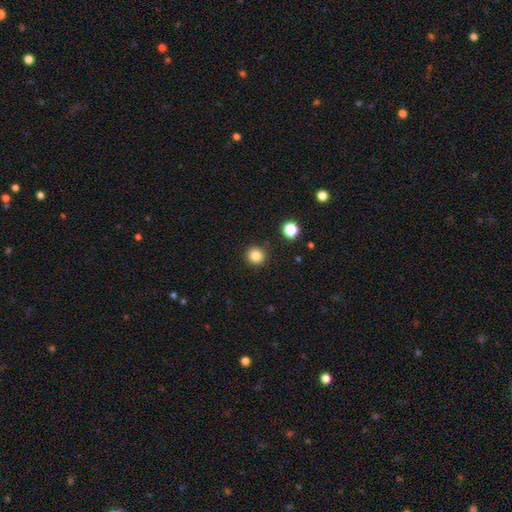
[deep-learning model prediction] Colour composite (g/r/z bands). It shows a smooth galaxy with no disk features (83%) that is round (94%). Merging: none (91%).